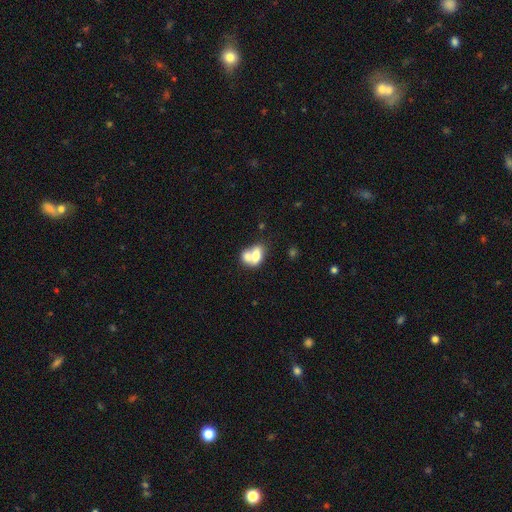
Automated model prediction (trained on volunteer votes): This is likely a smooth galaxy (65%). How rounded: likely in between (71%). Merging: likely merger (70%).